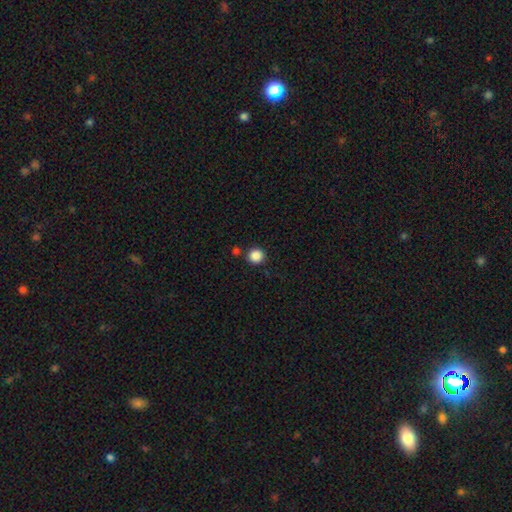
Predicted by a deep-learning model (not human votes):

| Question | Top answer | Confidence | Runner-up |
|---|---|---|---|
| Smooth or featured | smooth | 87% | star or artifact (10%) |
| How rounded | round | 93% | in between (6%) |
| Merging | none | 87% | minor disturbance (6%) |